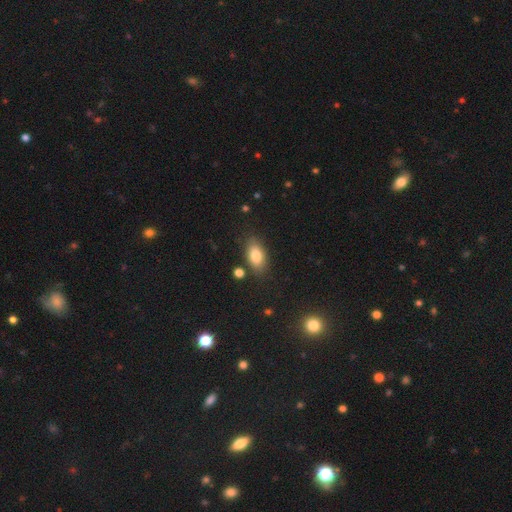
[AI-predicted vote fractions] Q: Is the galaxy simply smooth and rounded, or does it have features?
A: smooth — 80%.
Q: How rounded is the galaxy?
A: in between — 90%.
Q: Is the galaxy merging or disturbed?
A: none — 81%.